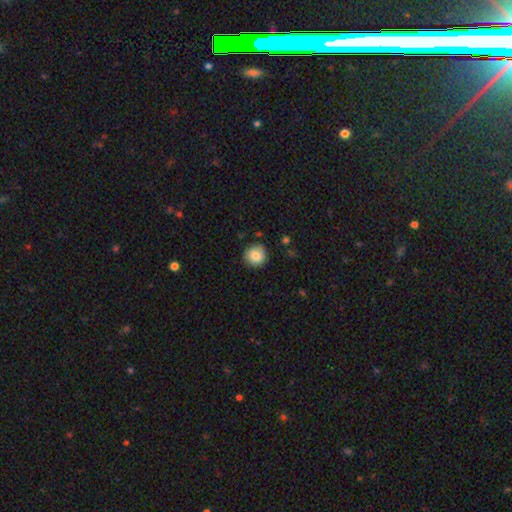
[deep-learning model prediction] Smooth or featured?
  - smooth: 85% *
  - star or artifact: 8%
  - featured or disk: 6%
How rounded?
  - round: 93% *
  - in between: 6%
  - cigar-shaped: 1%
Merging?
  - none: 87% *
  - minor disturbance: 10%
  - major disturbance: 2%
  - merger: 1%